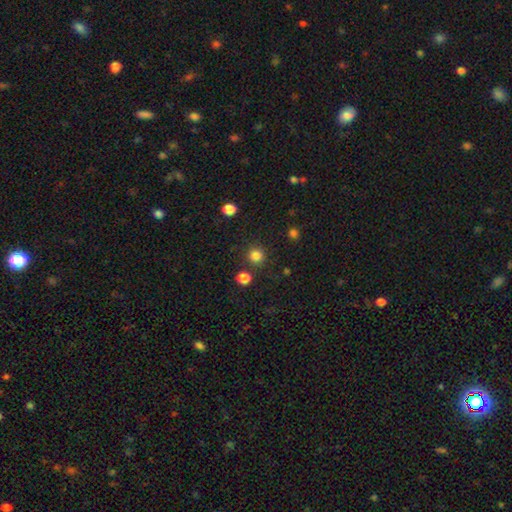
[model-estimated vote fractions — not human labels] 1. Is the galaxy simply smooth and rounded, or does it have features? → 82% smooth, 14% star or artifact, 4% featured or disk.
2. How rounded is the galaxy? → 92% round, 7% in between, 1% cigar-shaped.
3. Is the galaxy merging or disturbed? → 84% none, 7% minor disturbance, 6% merger, 3% major disturbance.